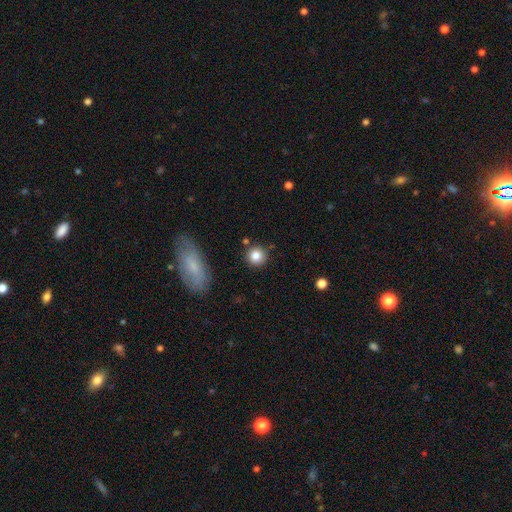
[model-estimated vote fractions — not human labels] Smooth or featured?
  - smooth: 83% *
  - star or artifact: 9%
  - featured or disk: 8%
How rounded?
  - round: 92% *
  - in between: 7%
  - cigar-shaped: 1%
Merging?
  - none: 84% *
  - minor disturbance: 8%
  - merger: 5%
  - major disturbance: 3%